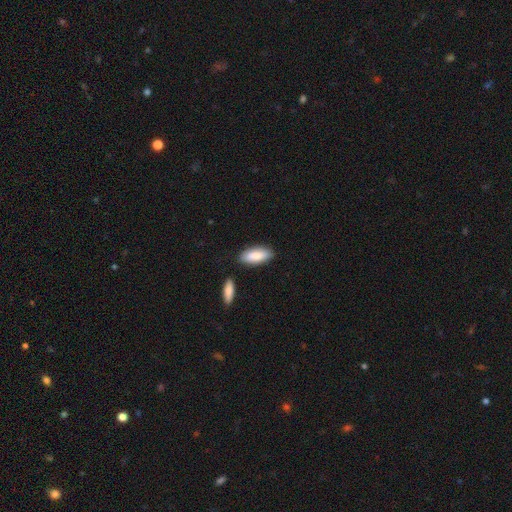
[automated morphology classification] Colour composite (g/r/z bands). It shows a smooth galaxy with no disk features (85%) that is in between round and cigar-shaped (75%). Merging: none (80%).